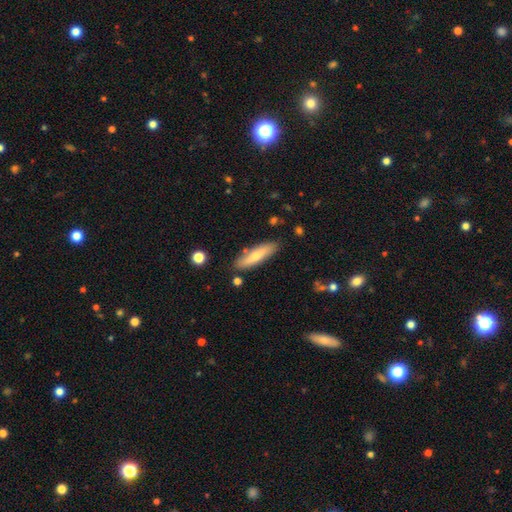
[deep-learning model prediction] Smooth or featured: smooth — 63% (featured or disk — 31%)
How rounded: cigar-shaped — 70% (in between — 28%)
Merging: none — 83% (minor disturbance — 12%)